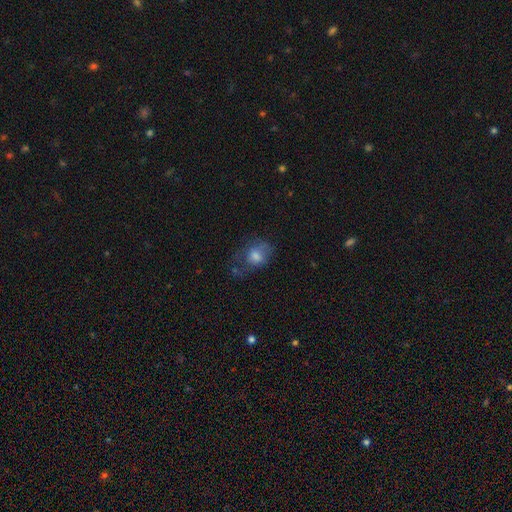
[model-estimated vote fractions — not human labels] smooth-or-featured: smooth: 60% | featured or disk: 29% | star or artifact: 11%
  how-rounded: in between: 63% | round: 35% | cigar-shaped: 1%
  merging: none: 38% | major disturbance: 32% | minor disturbance: 26% | merger: 4%